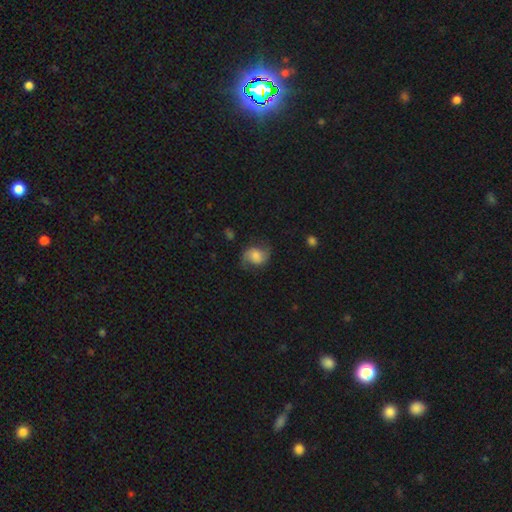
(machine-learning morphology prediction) type=featured or disk (55%); edge-on=no (97%); bar=no (61%); spiral arms=yes (91%); bulge=moderate (38%); merging=none (66%).